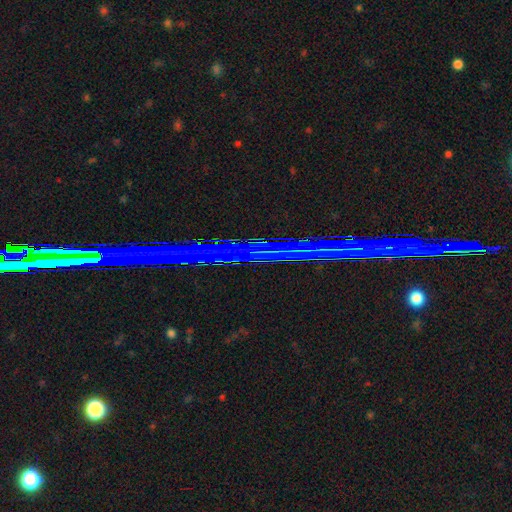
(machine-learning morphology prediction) Smooth or featured: star or artifact — 81% (featured or disk — 11%)